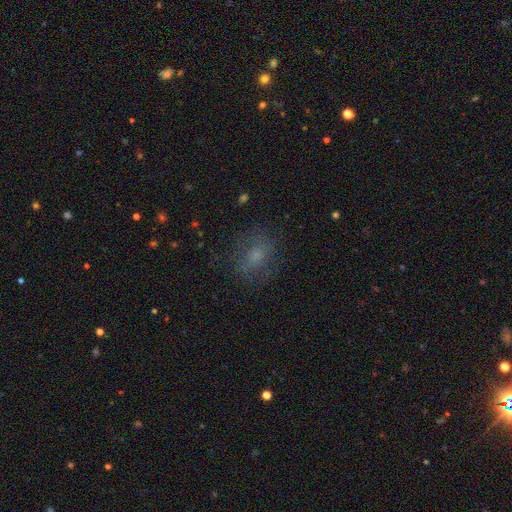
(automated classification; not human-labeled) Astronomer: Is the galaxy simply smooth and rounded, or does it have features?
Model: smooth — 61%.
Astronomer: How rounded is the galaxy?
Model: in between — 53% (runner-up: round, 45%).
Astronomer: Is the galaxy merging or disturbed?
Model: none — 74%.